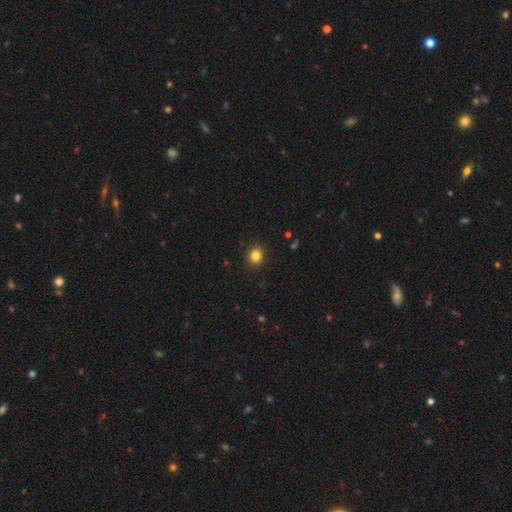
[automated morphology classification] This is clearly a smooth galaxy (84%). How rounded: likely round (77%). Merging: clearly none (91%).